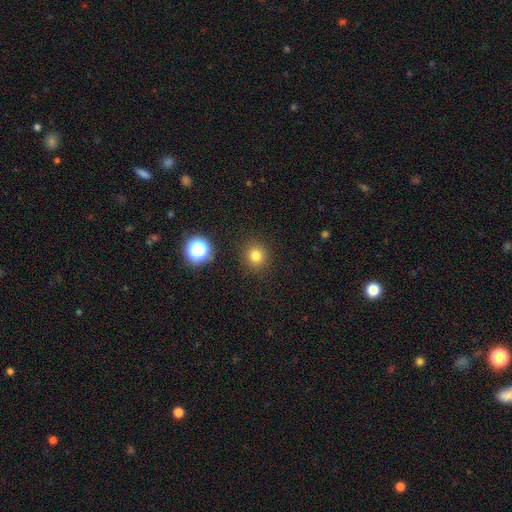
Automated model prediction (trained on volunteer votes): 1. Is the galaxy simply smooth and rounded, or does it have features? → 79% smooth, 16% star or artifact, 5% featured or disk.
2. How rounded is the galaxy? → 92% round, 7% in between, 1% cigar-shaped.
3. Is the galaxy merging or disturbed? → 90% none, 6% minor disturbance, 3% major disturbance, 2% merger.